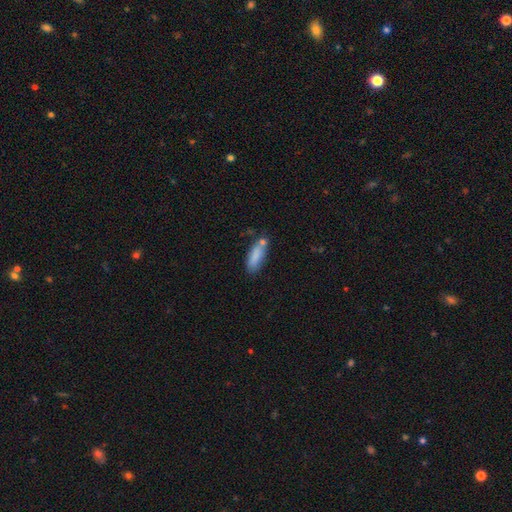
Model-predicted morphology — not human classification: The model was most divided on "how rounded": in between: 55%, cigar-shaped: 44%, round: 2%. More confident: smooth or featured — smooth (83%); merging — none (58%).